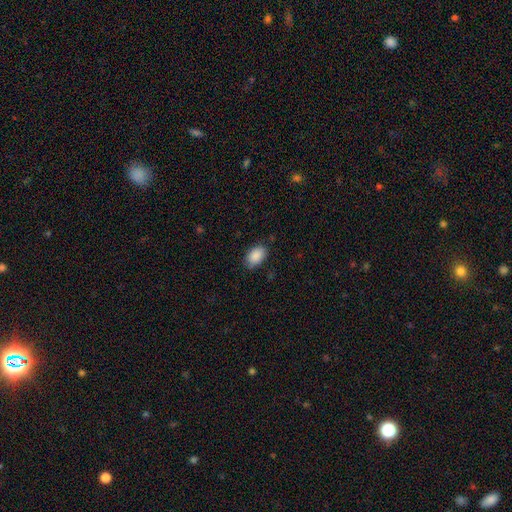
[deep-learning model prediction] A smooth galaxy with no disk features (89%) that is in between round and cigar-shaped (91%). Merging: none (81%).